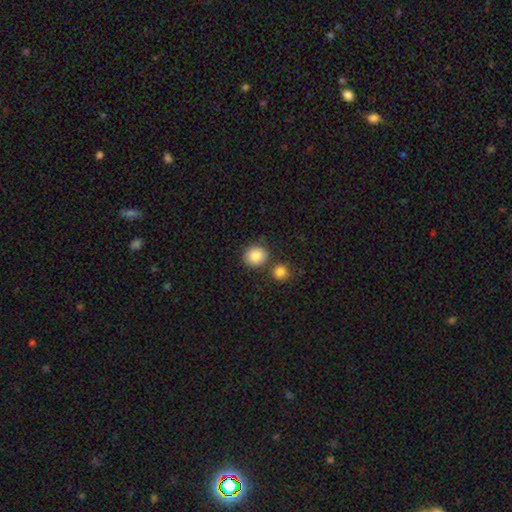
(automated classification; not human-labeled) Smooth or featured? Predicted: smooth (p=0.86). How rounded? Predicted: round (p=0.83). Merging? Predicted: none (p=0.75).